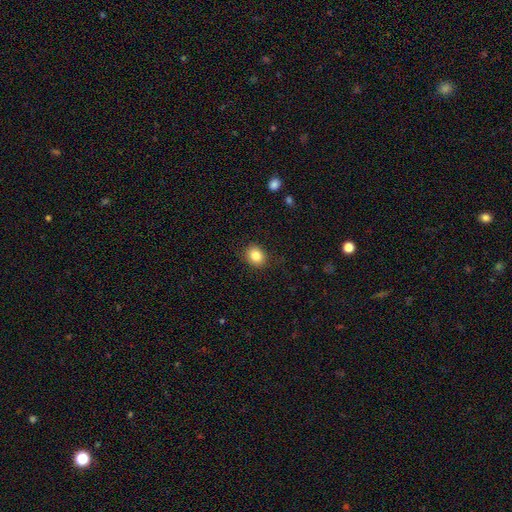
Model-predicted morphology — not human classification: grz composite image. It shows a smooth galaxy with no disk features (84%) that is round (64%). Merging: none (88%).